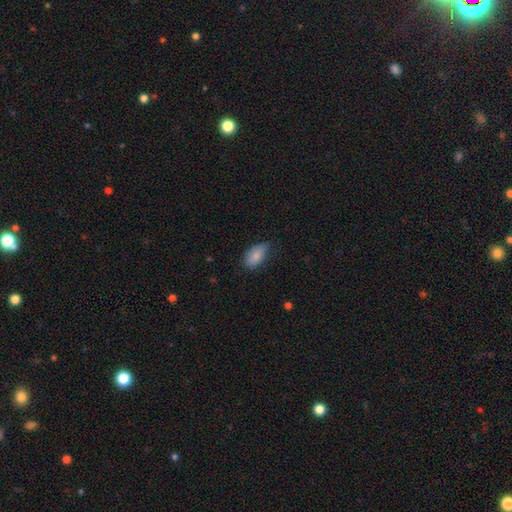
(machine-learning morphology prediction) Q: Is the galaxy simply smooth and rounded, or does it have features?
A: smooth — 85%.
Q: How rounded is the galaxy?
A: in between — 92%.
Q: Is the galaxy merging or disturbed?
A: none — 61%.